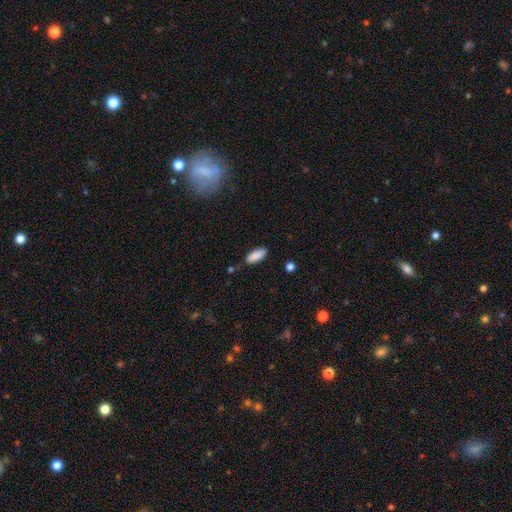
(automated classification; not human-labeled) A smooth galaxy with no disk features (89%) that is in between round and cigar-shaped (76%).

Vote fractions:
- Smooth or featured? smooth: 89% / star or artifact: 7% / featured or disk: 5%
- How rounded? in between: 76% / cigar-shaped: 23% / round: 2%
- Merging? none: 79% / minor disturbance: 15% / major disturbance: 3% / merger: 3%